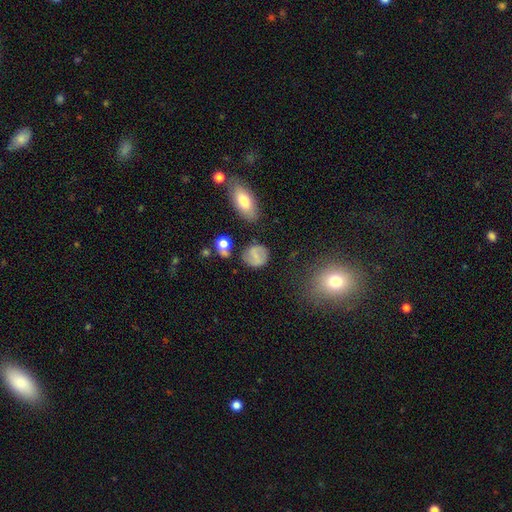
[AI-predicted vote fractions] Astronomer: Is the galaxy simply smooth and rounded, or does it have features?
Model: smooth — 53% (runner-up: featured or disk, 37%).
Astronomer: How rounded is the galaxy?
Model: round — 64%.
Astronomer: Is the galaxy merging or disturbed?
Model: none — 74%.